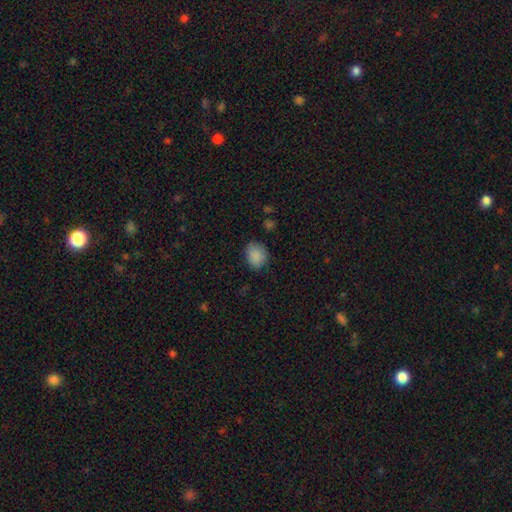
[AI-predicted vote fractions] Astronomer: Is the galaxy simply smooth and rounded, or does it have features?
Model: smooth — 87%.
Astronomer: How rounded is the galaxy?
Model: round — 51% (runner-up: in between, 48%).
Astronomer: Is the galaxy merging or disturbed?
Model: none — 76%.